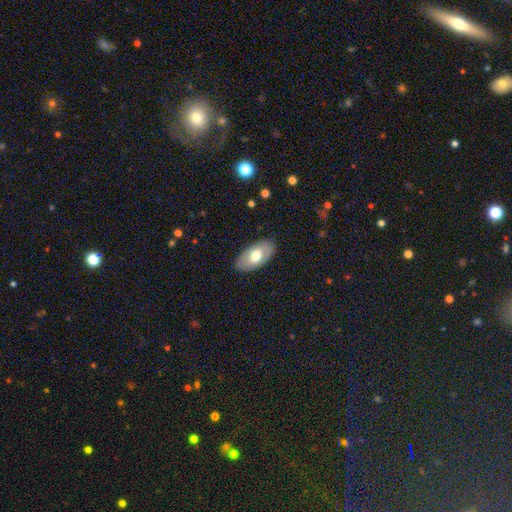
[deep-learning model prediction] smooth-or-featured: smooth: 65% | featured or disk: 30% | star or artifact: 6%
  how-rounded: in between: 94% | round: 3% | cigar-shaped: 3%
  merging: none: 86% | minor disturbance: 10% | major disturbance: 2% | merger: 1%